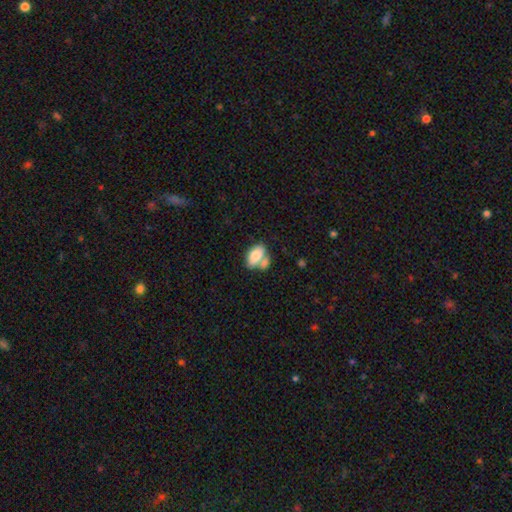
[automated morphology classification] smooth 80%, featured or disk 13%, star or artifact 7%. Down the decision tree: how rounded — in between (91%); merging — merger (48%).